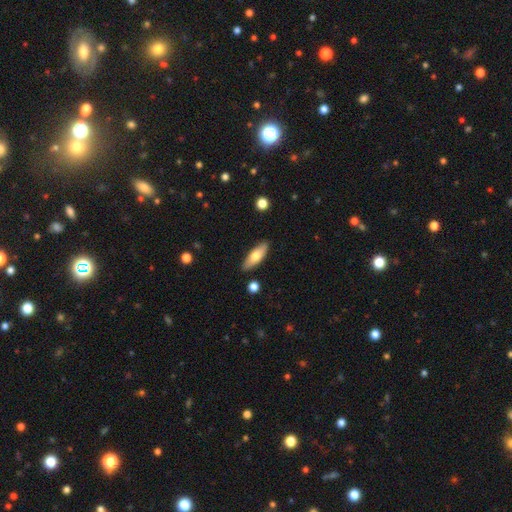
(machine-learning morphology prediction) smooth 67%, featured or disk 27%, star or artifact 6%. Down the decision tree: how rounded — in between (61%); merging — none (86%).